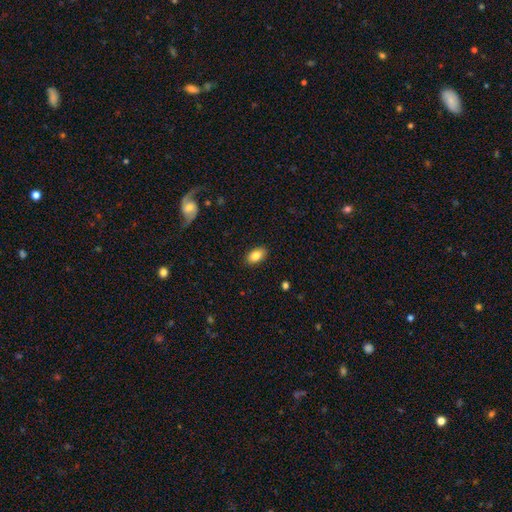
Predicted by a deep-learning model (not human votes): Smooth or featured: smooth — 84% (featured or disk — 9%)
How rounded: in between — 92% (round — 6%)
Merging: none — 89% (minor disturbance — 8%)